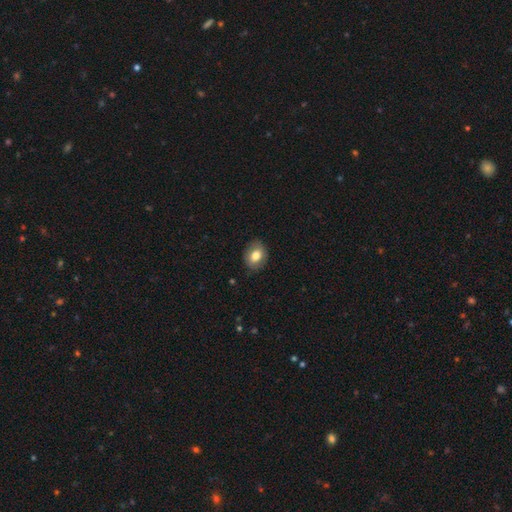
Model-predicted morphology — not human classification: smooth_or_featured: smooth (p=0.78) [alt: featured or disk p=0.14]
how_rounded: in between (p=0.58) [alt: round p=0.41]
merging: none (p=0.85) [alt: minor disturbance p=0.11]